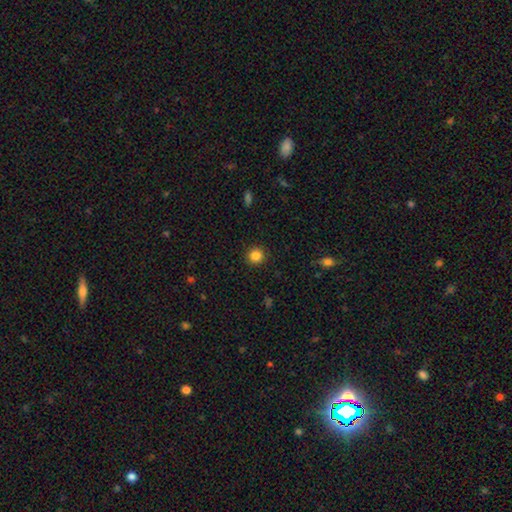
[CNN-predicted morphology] A smooth galaxy with no disk features (85%) that is round (94%). Merging: none (92%).